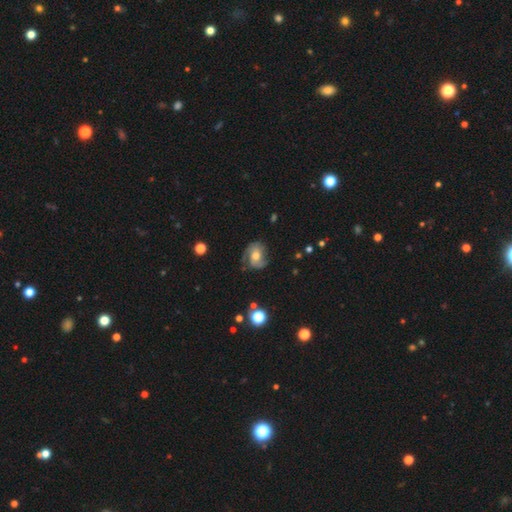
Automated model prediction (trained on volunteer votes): The model was most divided on "spiral winding": medium: 45%, tight: 33%, loose: 22%. More confident: edge-on disk — no (97%); spiral arms — yes (90%); spiral arm count — 2 (69%); smooth or featured — featured or disk (68%); bar — no (65%); bulge size — moderate (65%); merging — none (63%).